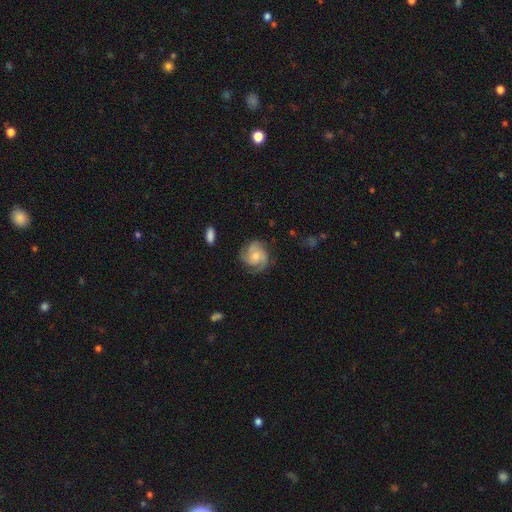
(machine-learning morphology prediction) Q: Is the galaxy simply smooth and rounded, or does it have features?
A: featured or disk — 78%.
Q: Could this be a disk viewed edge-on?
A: no — 98%.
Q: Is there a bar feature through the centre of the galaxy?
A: no — 70%.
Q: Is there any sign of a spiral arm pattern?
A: yes — 96%.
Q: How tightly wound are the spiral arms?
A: tight — 45%.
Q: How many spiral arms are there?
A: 3 — 47%.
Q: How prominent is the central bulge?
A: moderate — 47%.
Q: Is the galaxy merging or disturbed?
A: none — 75%.